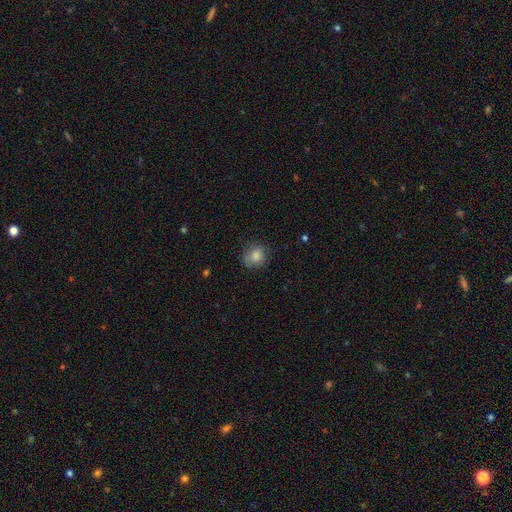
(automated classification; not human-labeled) This appears to be a smooth galaxy with no disk features (81%) that is round (74%). Merging: none (69%).